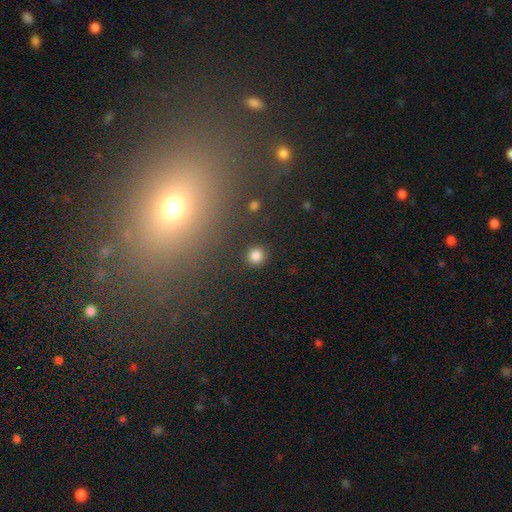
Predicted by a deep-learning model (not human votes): This is clearly a smooth galaxy (83%). How rounded: clearly round (94%). Merging: clearly none (91%).